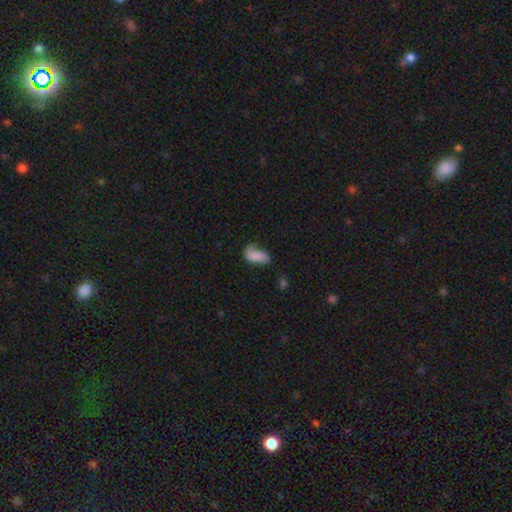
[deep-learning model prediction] Smooth or featured? smooth (63%)
How rounded? in between (91%)
Merging? none (39%)